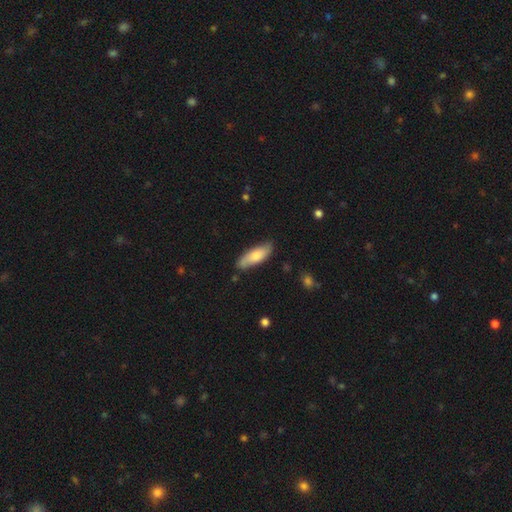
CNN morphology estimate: Overall: smooth (71%). How rounded: in between (63%; cigar-shaped 35%). Merging: none (78%).